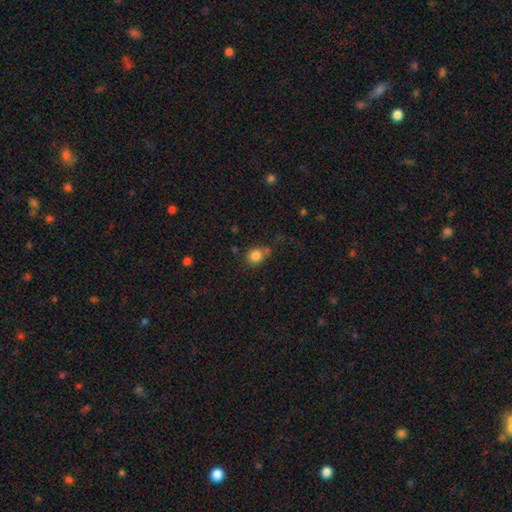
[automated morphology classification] Smooth or featured: smooth — 84% (star or artifact — 11%)
How rounded: round — 81% (in between — 18%)
Merging: none — 67% (minor disturbance — 15%)